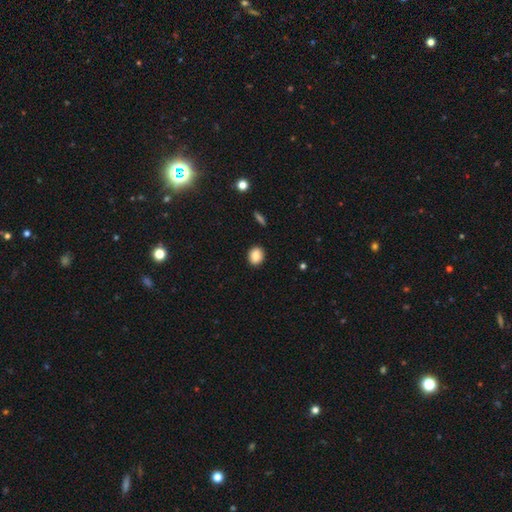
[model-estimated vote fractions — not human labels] Smooth or featured?
  - smooth: 85% *
  - star or artifact: 8%
  - featured or disk: 6%
How rounded?
  - round: 57% *
  - in between: 42%
  - cigar-shaped: 1%
Merging?
  - none: 89% *
  - minor disturbance: 8%
  - major disturbance: 2%
  - merger: 1%